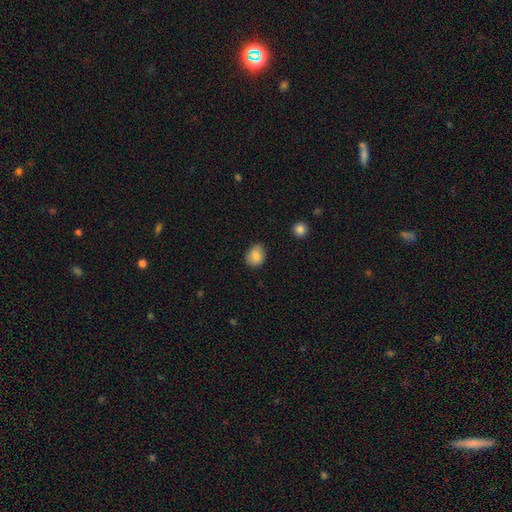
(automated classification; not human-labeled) This is clearly a smooth galaxy (85%). How rounded: possibly round (52%). Merging: likely none (79%).